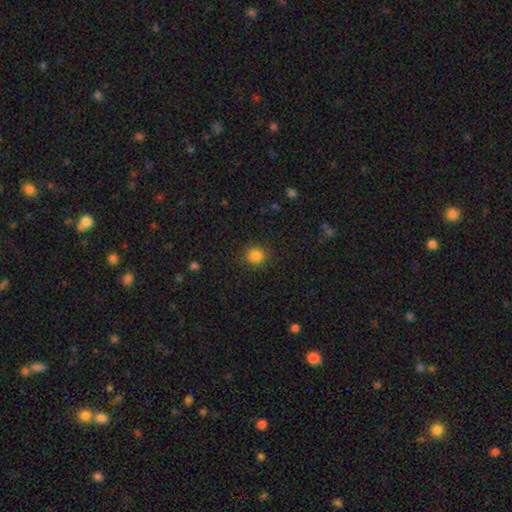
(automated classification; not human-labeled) Smooth or featured? Predicted: smooth (p=0.85). How rounded? Predicted: round (p=0.89). Merging? Predicted: none (p=0.90).